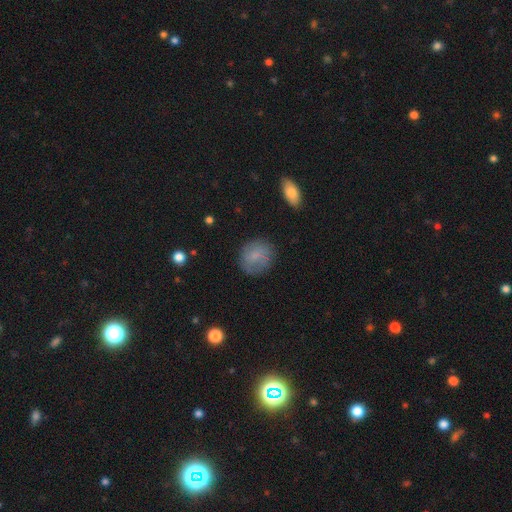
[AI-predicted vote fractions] Overall: smooth (77%). How rounded: round (73%). Merging: none (79%).